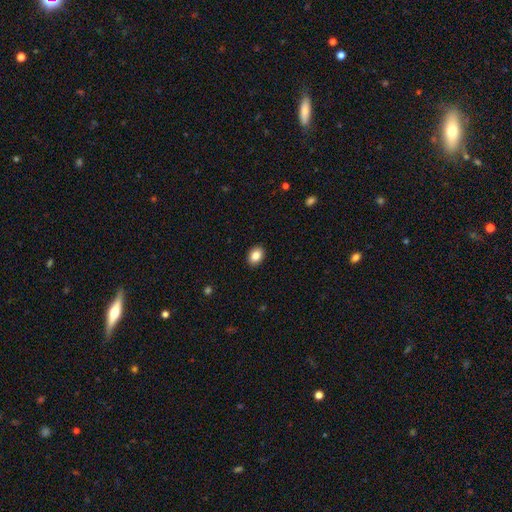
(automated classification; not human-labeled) Smooth or featured? smooth (86%)
How rounded? in between (71%)
Merging? none (91%)